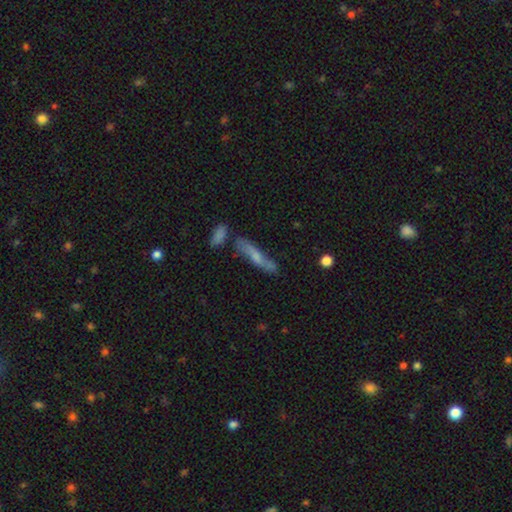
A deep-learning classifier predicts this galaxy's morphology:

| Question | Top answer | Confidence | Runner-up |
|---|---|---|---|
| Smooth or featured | smooth | 48% | featured or disk (44%) |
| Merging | none | 65% | minor disturbance (18%) |